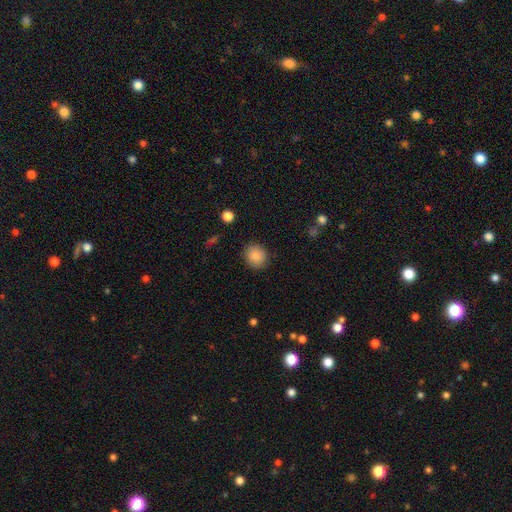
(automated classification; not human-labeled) A smooth galaxy with no disk features (87%) that is round (82%).

Vote fractions:
- Smooth or featured? smooth: 87% / star or artifact: 9% / featured or disk: 4%
- How rounded? round: 82% / in between: 17% / cigar-shaped: 1%
- Merging? none: 88% / minor disturbance: 8% / major disturbance: 2% / merger: 1%